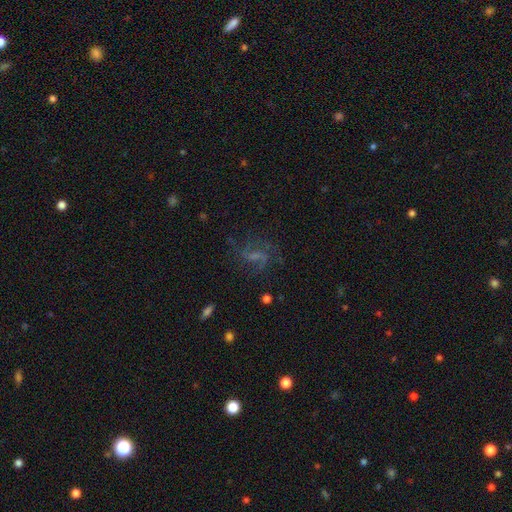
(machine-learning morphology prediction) smooth-or-featured: featured or disk: 64% | star or artifact: 19% | smooth: 18%
  disk-edge-on: no: 96% | yes: 4%
    bar: weak: 47% | no: 32% | strong: 21%
    has-spiral-arms: yes: 86% | no: 14%
      spiral-winding: loose: 50% | medium: 38% | tight: 11%
      spiral-arm-count: 2: 53% | can't tell: 19% | 3: 13% | 1: 7% | 4: 5% | more than 4: 4%
    bulge-size: none: 42% | small: 34% | moderate: 18% | large: 4% | dominant: 1%
  merging: none: 62% | major disturbance: 20% | minor disturbance: 16% | merger: 2%